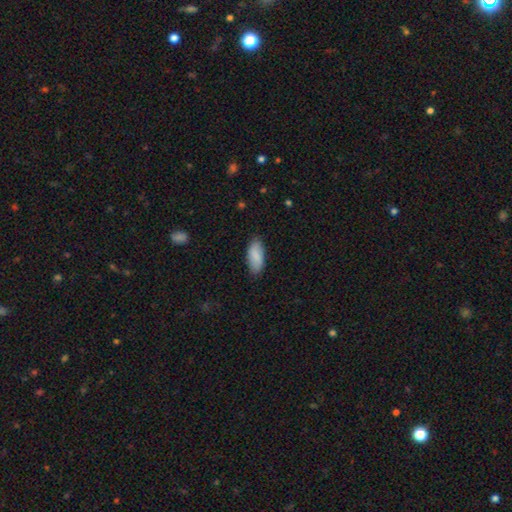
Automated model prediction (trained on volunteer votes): Q: Smooth or featured?
A: smooth (87%); runner-up: featured or disk (8%)
Q: How rounded?
A: in between (88%); runner-up: cigar-shaped (10%)
Q: Merging?
A: none (83%); runner-up: minor disturbance (13%)